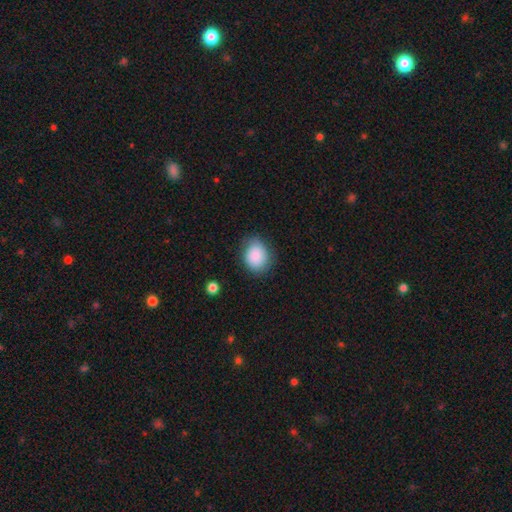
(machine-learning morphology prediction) Smooth or featured? smooth (88%)
How rounded? in between (53%)
Merging? none (78%)